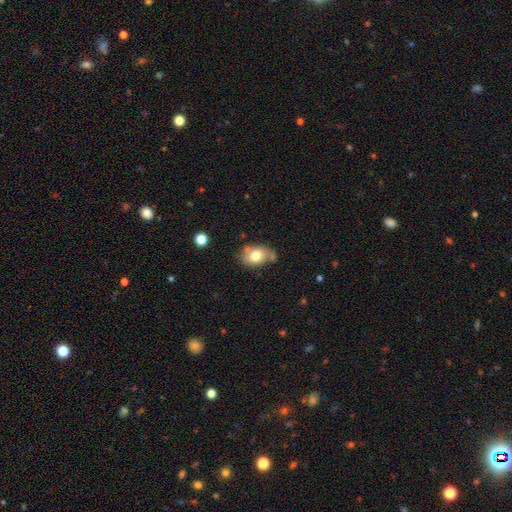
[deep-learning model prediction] Morphology: type=smooth (75%); roundness=in between (76%); merging=none (61%).